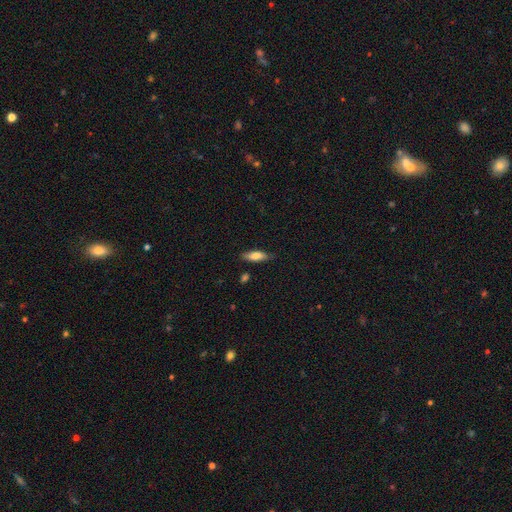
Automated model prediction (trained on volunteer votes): smooth_or_featured: smooth (p=0.75) [alt: featured or disk p=0.19]
how_rounded: in between (p=0.54) [alt: cigar-shaped p=0.44]
merging: none (p=0.80) [alt: minor disturbance p=0.15]